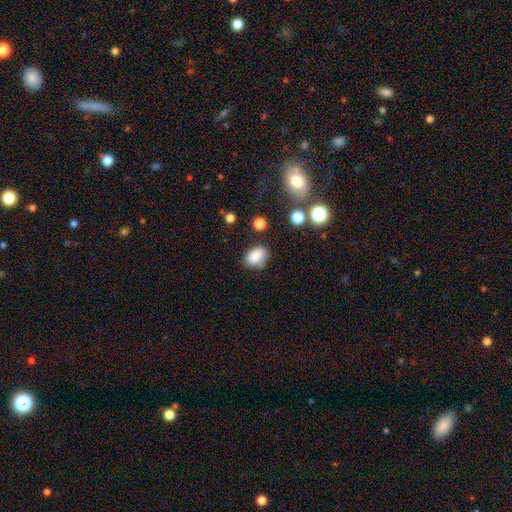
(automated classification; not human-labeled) smooth-or-featured: smooth: 84% | star or artifact: 10% | featured or disk: 7%
  how-rounded: in between: 84% | round: 15% | cigar-shaped: 2%
  merging: none: 67% | minor disturbance: 22% | major disturbance: 5% | merger: 5%